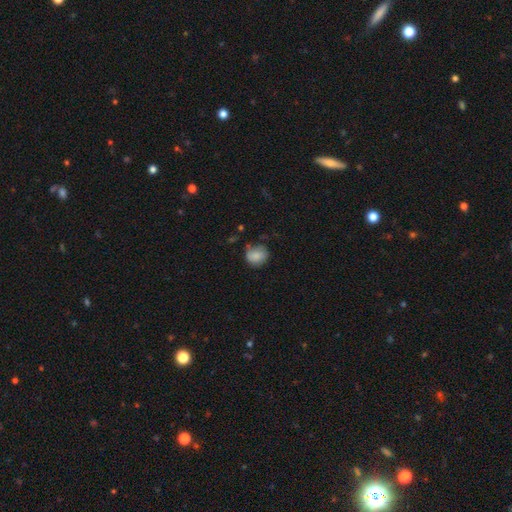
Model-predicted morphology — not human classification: type=smooth (81%); roundness=round (74%); merging=none (61%).